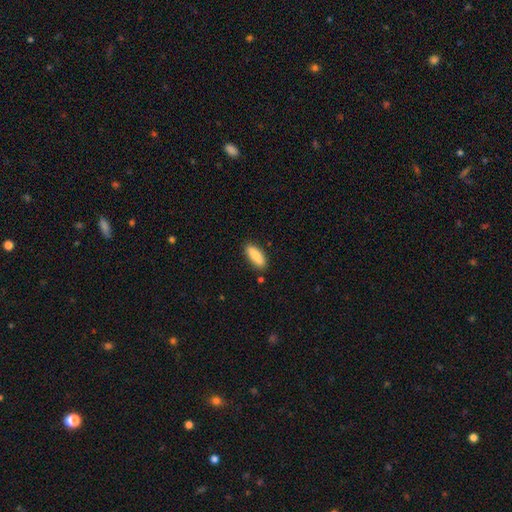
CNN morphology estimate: This appears to be a smooth galaxy with no disk features (87%) that is in between round and cigar-shaped (67%). Merging: none (85%).